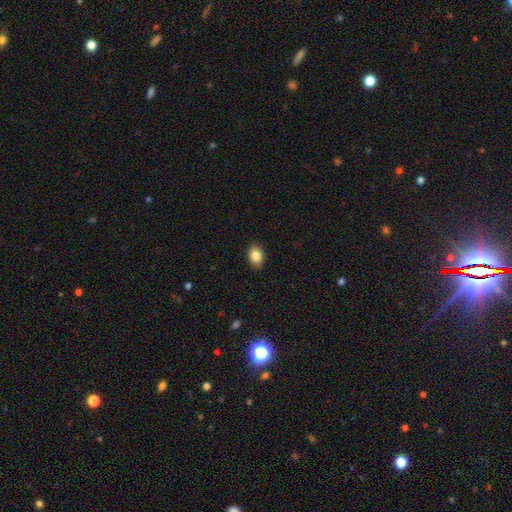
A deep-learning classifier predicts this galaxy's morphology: smooth 86%, star or artifact 8%, featured or disk 6%. Down the decision tree: how rounded — in between (75%); merging — none (89%).